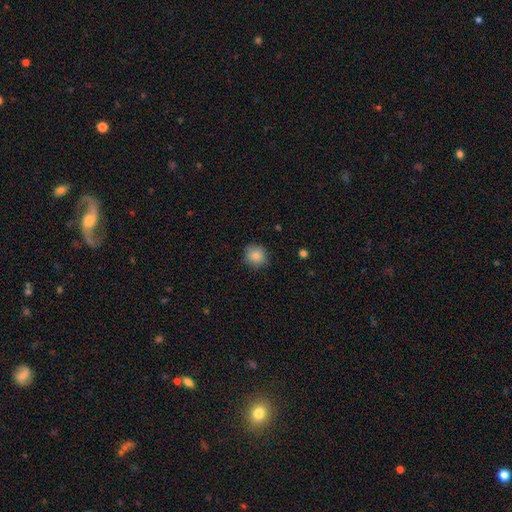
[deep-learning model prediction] This appears to be a smooth galaxy with no disk features (85%) that is round (89%). Merging: none (85%).